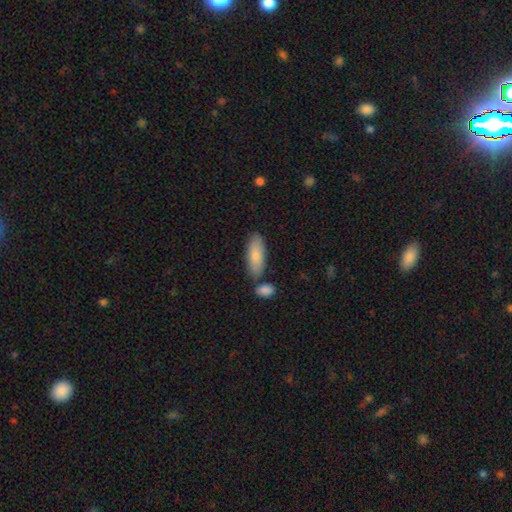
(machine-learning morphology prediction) This is clearly a smooth galaxy (83%). How rounded: likely in between (75%). Merging: likely none (76%).